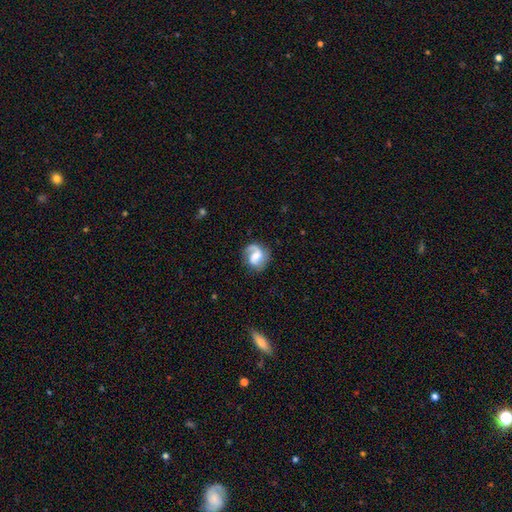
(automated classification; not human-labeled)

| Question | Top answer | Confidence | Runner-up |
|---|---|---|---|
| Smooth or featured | featured or disk | 71% | smooth (23%) |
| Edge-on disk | no | 98% | yes (2%) |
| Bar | weak | 48% | no (36%) |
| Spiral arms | yes | 92% | no (8%) |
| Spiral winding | medium | 43% | loose (36%) |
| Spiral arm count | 2 | 63% | 1 (30%) |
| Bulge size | moderate | 52% | small (30%) |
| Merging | none | 69% | minor disturbance (19%) |